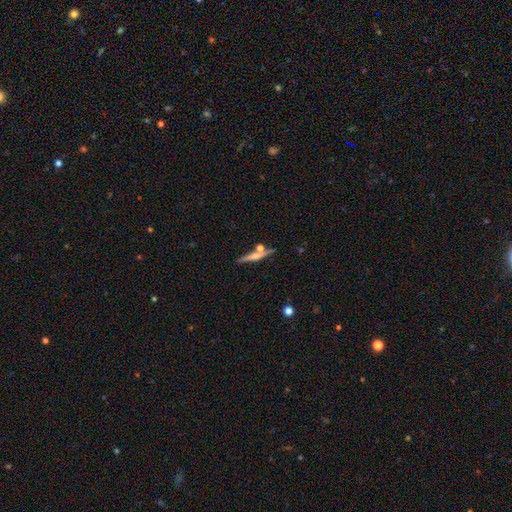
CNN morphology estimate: Overall: featured or disk (57%; smooth 36%). Edge-on disk: yes (95%). Edge-on bulge: rounded (71%). Merging: none (73%).